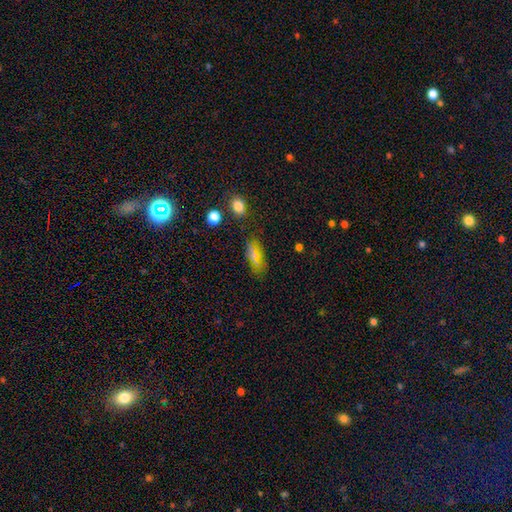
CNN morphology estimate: The model was most divided on "smooth or featured": smooth: 64%, star or artifact: 19%, featured or disk: 18%. More confident: how rounded — in between (83%); merging — none (77%).